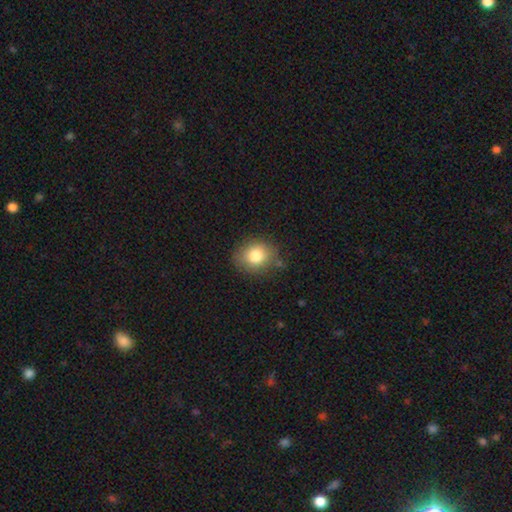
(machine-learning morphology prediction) smooth_or_featured: smooth (p=0.81) [alt: star or artifact p=0.10]
how_rounded: round (p=0.62) [alt: in between p=0.37]
merging: none (p=0.79) [alt: minor disturbance p=0.15]